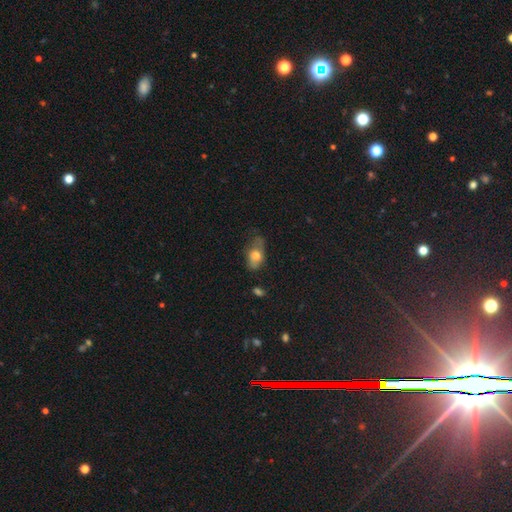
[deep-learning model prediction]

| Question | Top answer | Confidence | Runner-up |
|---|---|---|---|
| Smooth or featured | smooth | 72% | featured or disk (19%) |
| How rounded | in between | 84% | round (12%) |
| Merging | none | 43% | minor disturbance (37%) |